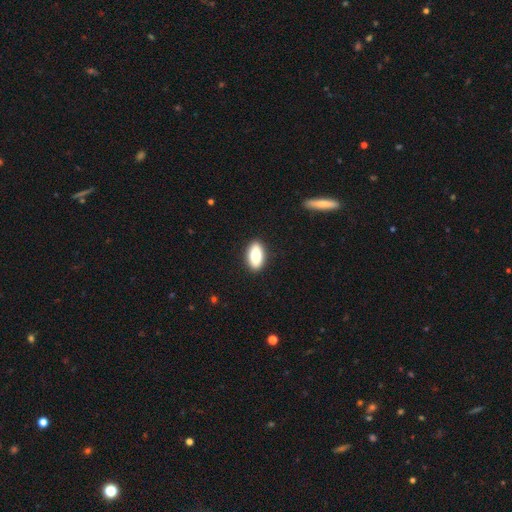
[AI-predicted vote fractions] smooth_or_featured: smooth (p=0.82) [alt: featured or disk p=0.12]
how_rounded: in between (p=0.91) [alt: cigar-shaped p=0.05]
merging: none (p=0.90) [alt: minor disturbance p=0.07]